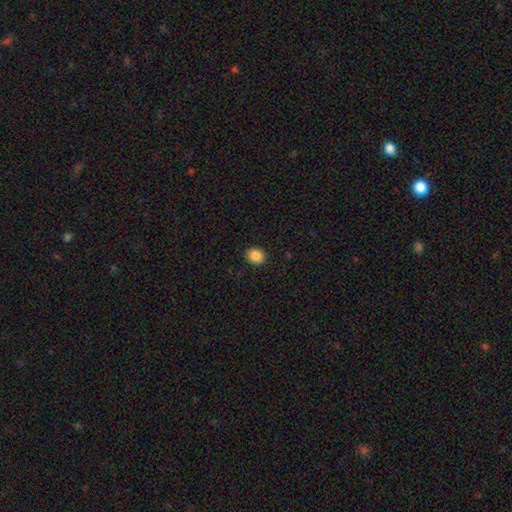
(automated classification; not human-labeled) Morphology: type=smooth (87%); roundness=round (65%); merging=none (91%).